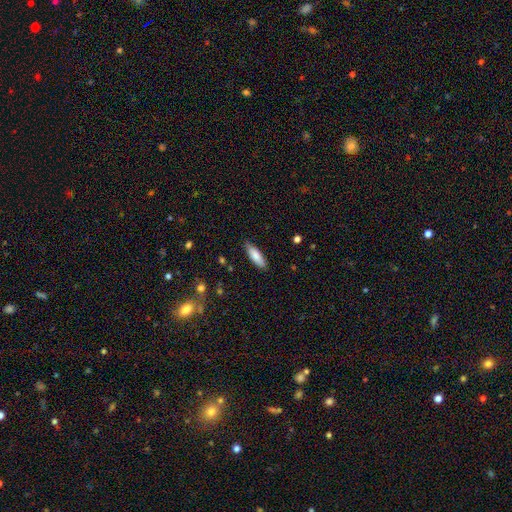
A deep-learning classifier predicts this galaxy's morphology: Smooth or featured? smooth (81%)
How rounded? in between (52%)
Merging? none (86%)